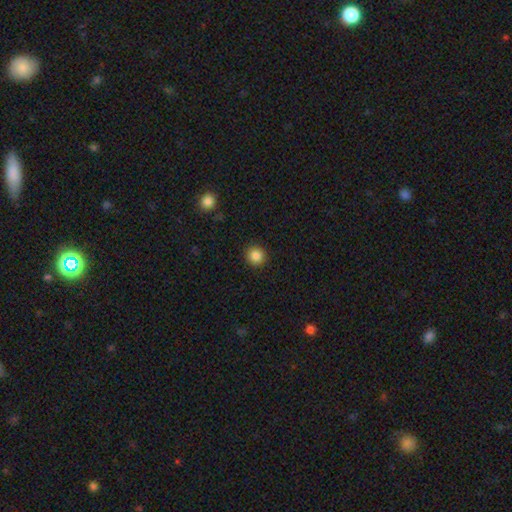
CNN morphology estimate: type=smooth (86%); roundness=round (94%); merging=none (92%).